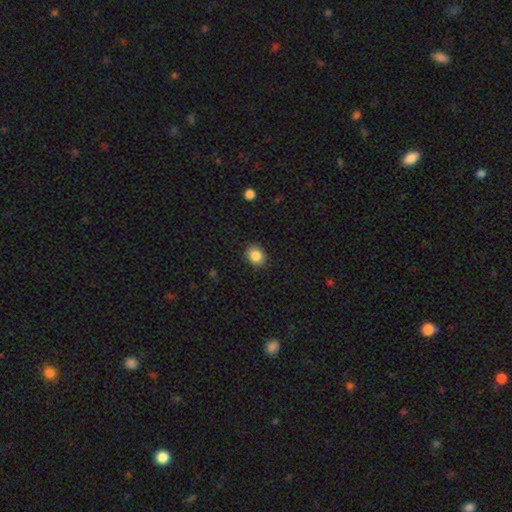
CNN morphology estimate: smooth_or_featured: smooth (p=0.86) [alt: star or artifact p=0.09]
how_rounded: round (p=0.56) [alt: in between p=0.43]
merging: none (p=0.88) [alt: minor disturbance p=0.09]